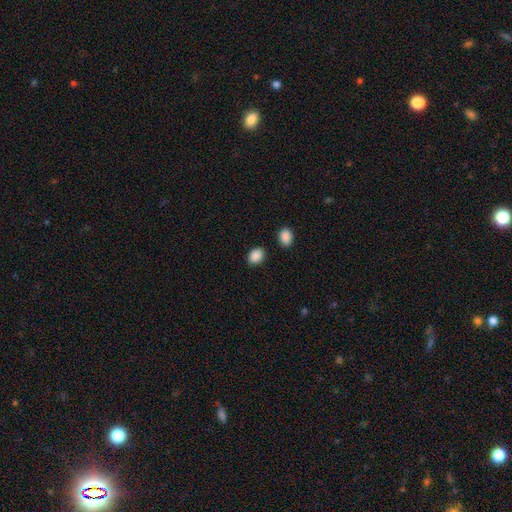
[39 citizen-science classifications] Smooth or featured? 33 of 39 (85%) said smooth. How rounded? 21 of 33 (64%) said in between. Merging? 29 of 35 (83%) said none.